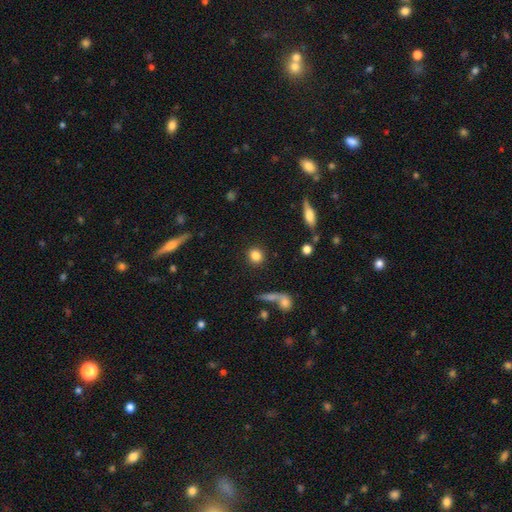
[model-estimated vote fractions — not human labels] Q: Smooth or featured?
A: smooth (84%); runner-up: star or artifact (9%)
Q: How rounded?
A: round (85%); runner-up: in between (13%)
Q: Merging?
A: none (89%); runner-up: minor disturbance (5%)